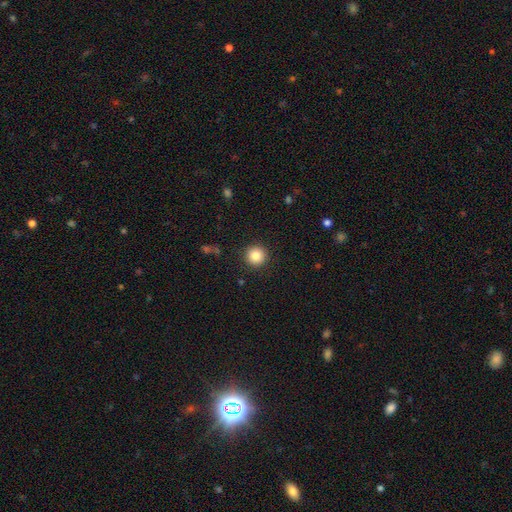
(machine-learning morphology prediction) This is clearly a smooth galaxy (84%). How rounded: clearly round (95%). Merging: clearly none (91%).